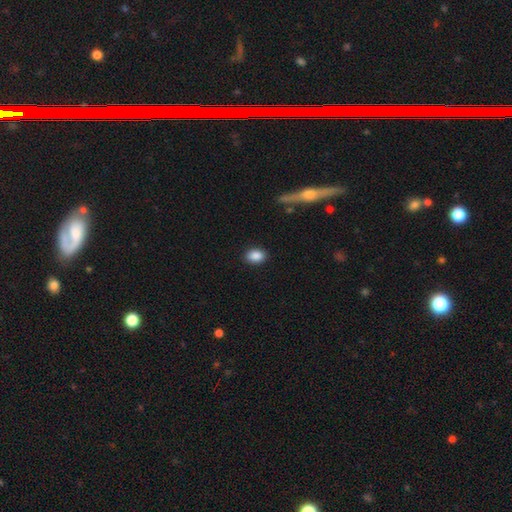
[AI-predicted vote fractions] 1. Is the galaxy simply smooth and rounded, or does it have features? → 88% smooth, 8% star or artifact, 4% featured or disk.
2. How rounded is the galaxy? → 74% in between, 25% round, 1% cigar-shaped.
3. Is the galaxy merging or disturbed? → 89% none, 8% minor disturbance, 2% major disturbance, 1% merger.